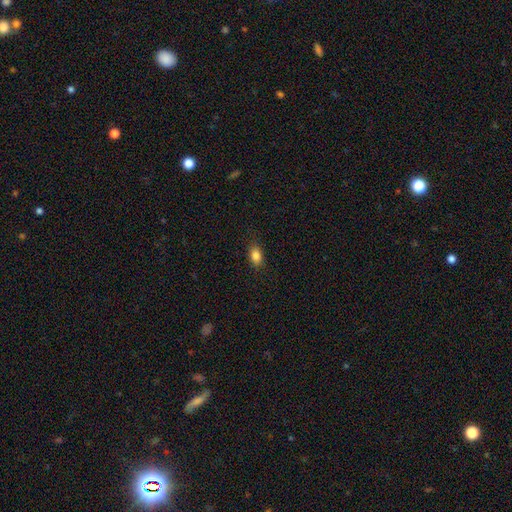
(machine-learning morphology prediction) A smooth galaxy with no disk features (85%) that is in between round and cigar-shaped (82%).

Vote fractions:
- Smooth or featured? smooth: 85% / star or artifact: 9% / featured or disk: 5%
- How rounded? in between: 82% / round: 15% / cigar-shaped: 3%
- Merging? none: 86% / minor disturbance: 11% / major disturbance: 2% / merger: 1%